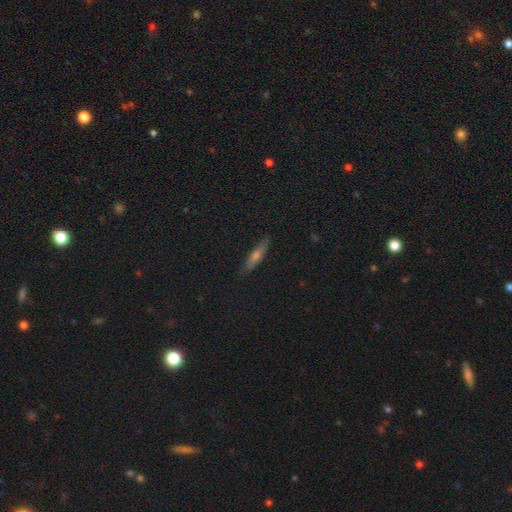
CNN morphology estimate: Overall: smooth (46%; featured or disk 45%). Merging: none (87%).